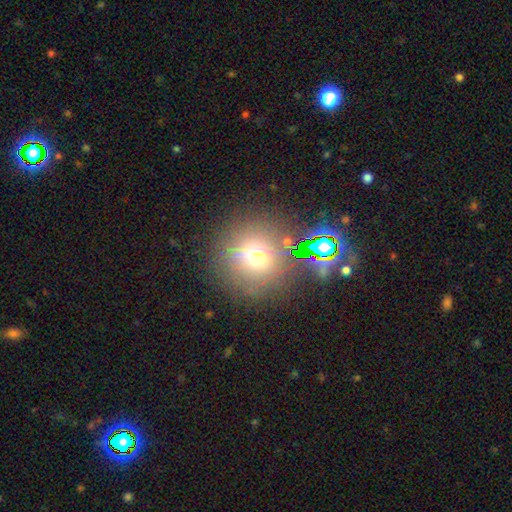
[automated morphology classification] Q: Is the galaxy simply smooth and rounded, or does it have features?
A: smooth — 64%.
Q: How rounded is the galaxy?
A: round — 93%.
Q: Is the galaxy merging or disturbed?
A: none — 81%.